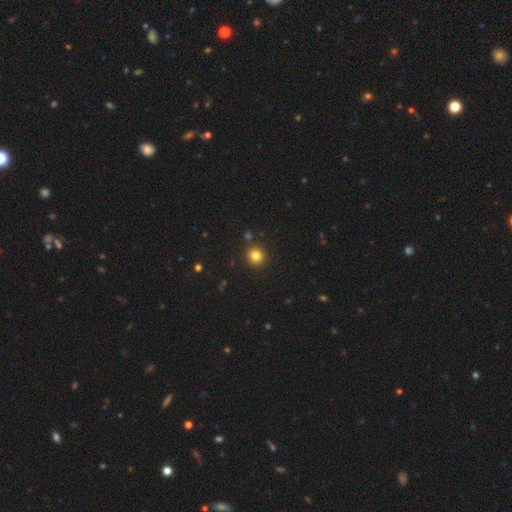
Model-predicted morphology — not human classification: This appears to be a smooth galaxy with no disk features (81%) that is round (93%). Merging: none (90%).